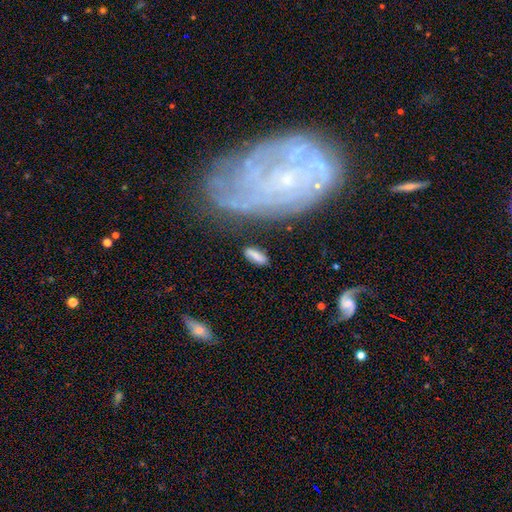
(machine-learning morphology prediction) This is likely a smooth galaxy (80%). How rounded: likely in between (61%). Merging: likely none (75%).